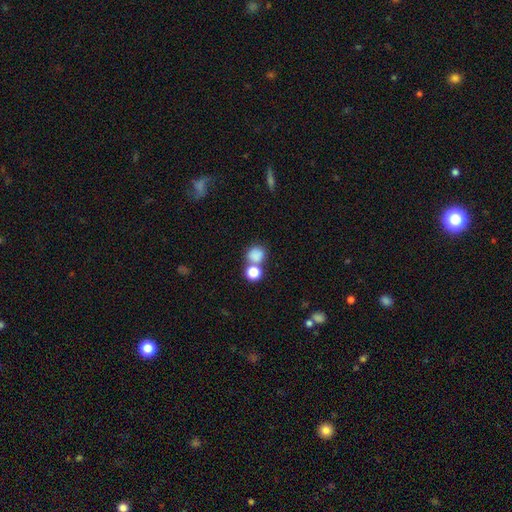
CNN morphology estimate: Smooth or featured? Predicted: smooth (p=0.81). How rounded? Predicted: round (p=0.78). Merging? Predicted: none (p=0.47).